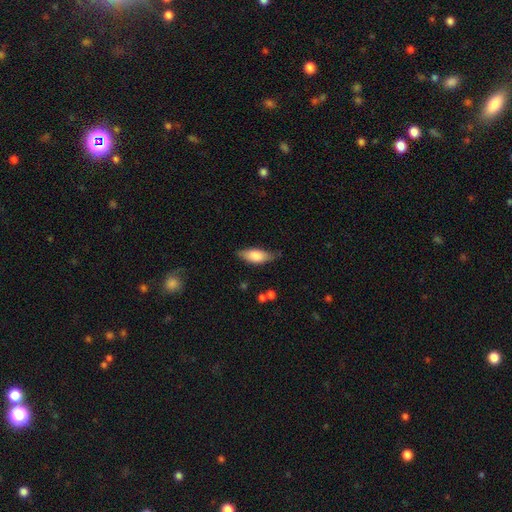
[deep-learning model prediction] smooth 77%, featured or disk 17%, star or artifact 6%. Down the decision tree: how rounded — in between (78%); merging — none (71%).